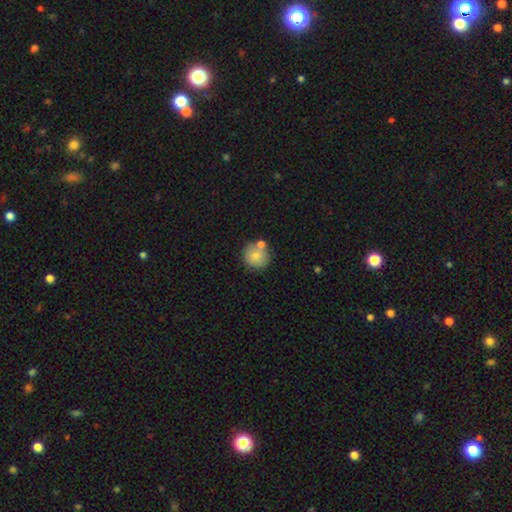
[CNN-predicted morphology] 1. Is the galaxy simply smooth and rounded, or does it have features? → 76% smooth, 15% featured or disk, 8% star or artifact.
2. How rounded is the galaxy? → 92% round, 7% in between, 1% cigar-shaped.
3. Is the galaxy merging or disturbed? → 63% none, 22% merger, 12% minor disturbance, 3% major disturbance.